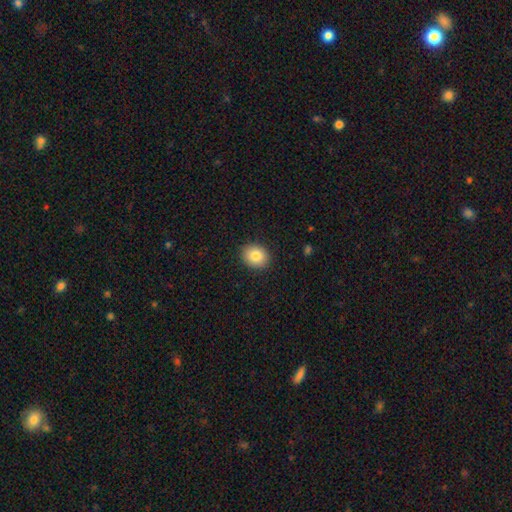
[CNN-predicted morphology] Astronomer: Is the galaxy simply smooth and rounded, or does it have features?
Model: smooth — 83%.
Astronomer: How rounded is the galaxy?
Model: round — 65%.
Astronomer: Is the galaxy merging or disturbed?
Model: none — 90%.